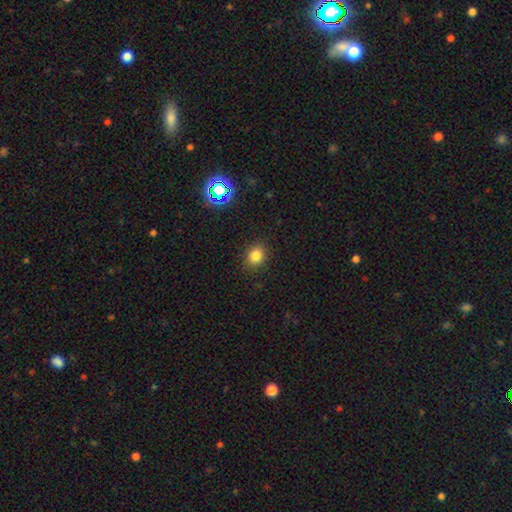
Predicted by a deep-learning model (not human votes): Smooth or featured?
  - smooth: 80% *
  - star or artifact: 15%
  - featured or disk: 6%
How rounded?
  - round: 58% *
  - in between: 41%
  - cigar-shaped: 1%
Merging?
  - none: 87% *
  - minor disturbance: 9%
  - major disturbance: 3%
  - merger: 1%